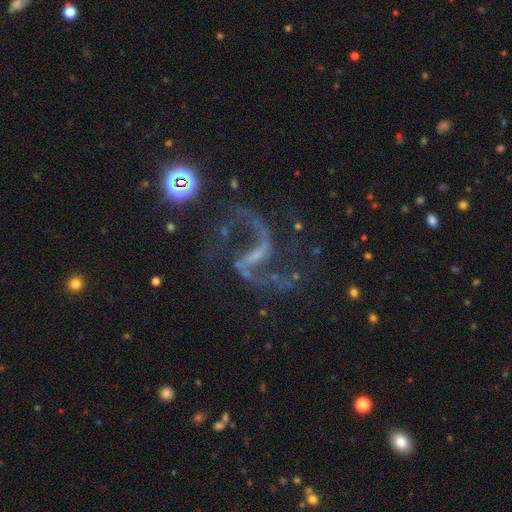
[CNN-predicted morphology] smooth_or_featured: featured or disk (p=0.88) [alt: star or artifact p=0.09]
disk_edge_on: no (p=0.98) [alt: yes p=0.02]
bar: strong (p=0.44) [alt: weak p=0.41]
has_spiral_arms: yes (p=0.97) [alt: no p=0.03]
spiral_winding: loose (p=0.68) [alt: medium p=0.27]
spiral_arm_count: 2 (p=0.91) [alt: 1 p=0.03]
bulge_size: none (p=0.48) [alt: small p=0.37]
merging: none (p=0.62) [alt: major disturbance p=0.19]